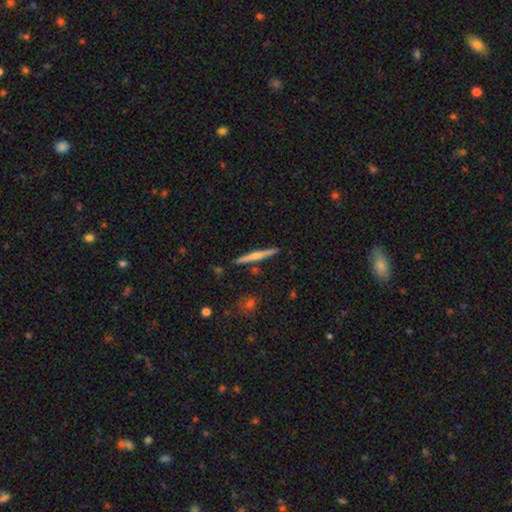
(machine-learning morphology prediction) type=featured or disk (65%); edge-on=yes (98%); edge-on bulge=rounded (80%); merging=none (90%).